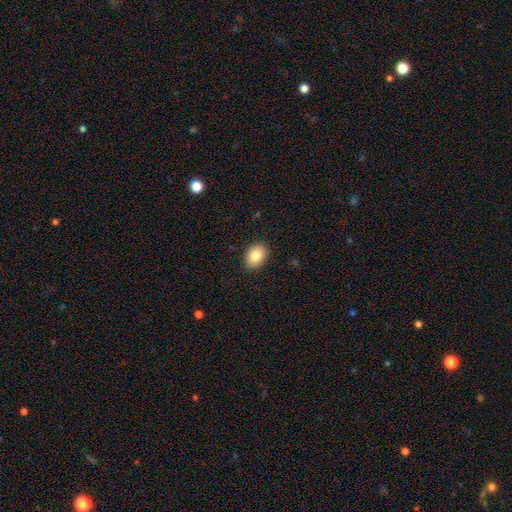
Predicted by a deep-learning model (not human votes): Smooth or featured? smooth (84%)
How rounded? in between (77%)
Merging? none (89%)